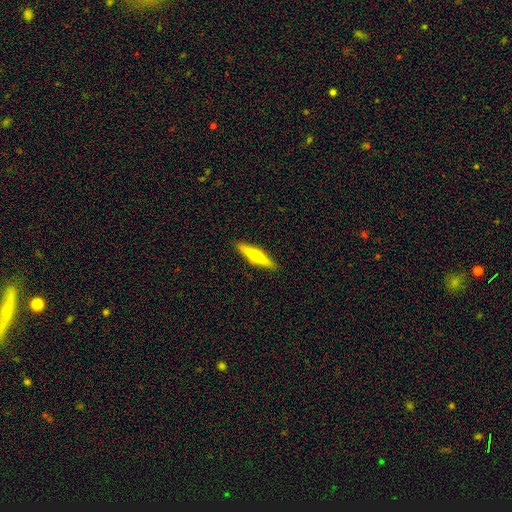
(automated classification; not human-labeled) This is possibly a featured or disk galaxy (60%). It is clearly viewed edge-on (96%). Edge-on bulge: clearly rounded (92%). Merging: clearly none (91%).